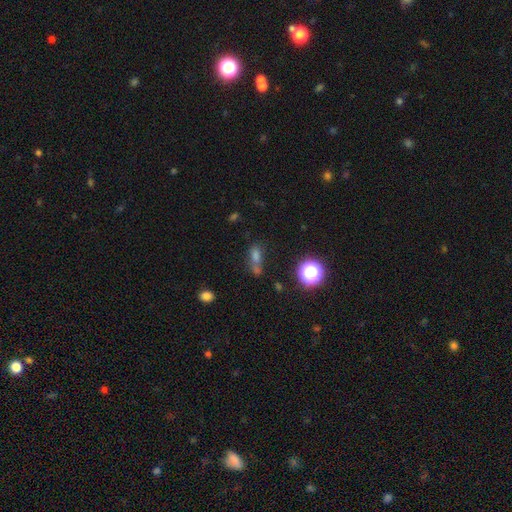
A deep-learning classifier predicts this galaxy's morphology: Smooth or featured: smooth — 64% (star or artifact — 24%)
How rounded: in between — 61% (round — 23%)
Merging: none — 40% (merger — 36%)